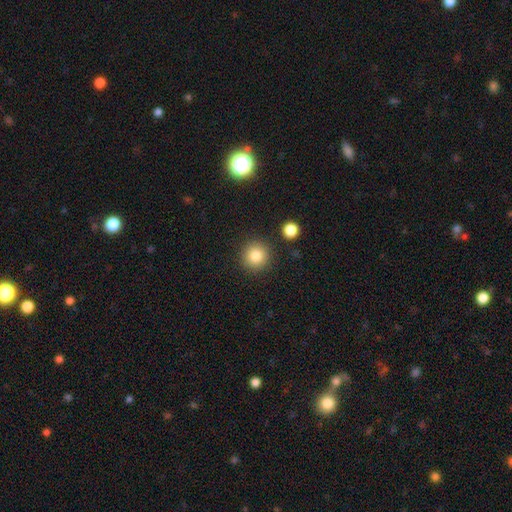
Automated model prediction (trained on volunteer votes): smooth_or_featured: smooth (p=0.84) [alt: star or artifact p=0.10]
how_rounded: round (p=0.94) [alt: in between p=0.05]
merging: none (p=0.88) [alt: minor disturbance p=0.06]